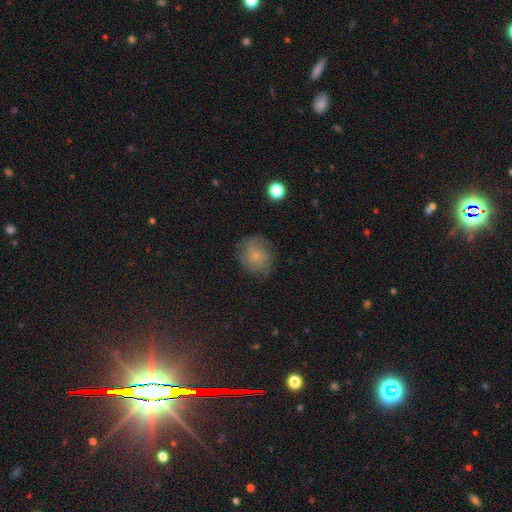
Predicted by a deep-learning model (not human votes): The model was most divided on "smooth or featured": smooth: 49%, featured or disk: 39%, star or artifact: 11%. More confident: merging — none (73%).